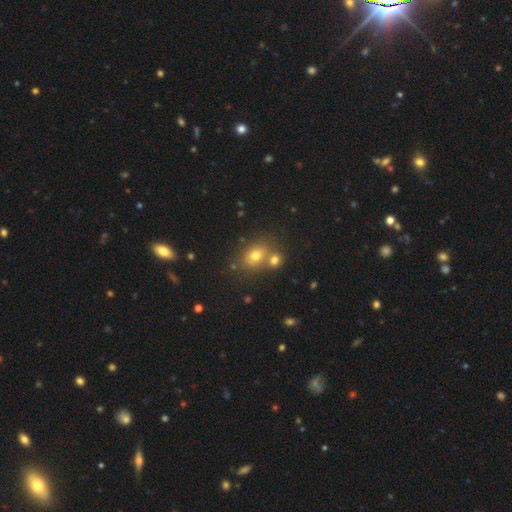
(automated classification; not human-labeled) This appears to be a smooth galaxy with no disk features (71%) that is in between round and cigar-shaped (51%). Merging: none (57%).